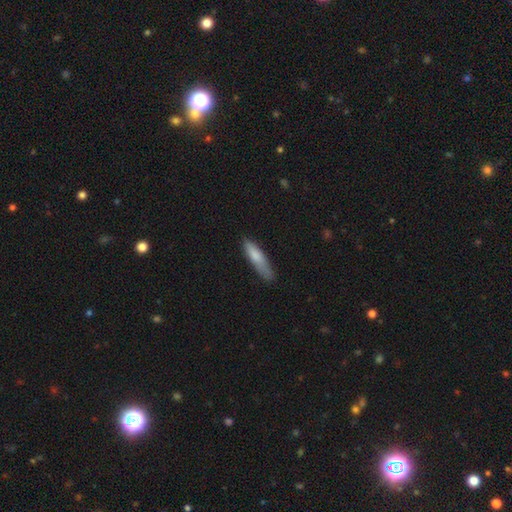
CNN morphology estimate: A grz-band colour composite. It shows a smooth galaxy with no disk features (79%) that is cigar-shaped (76%). Merging: none (70%).